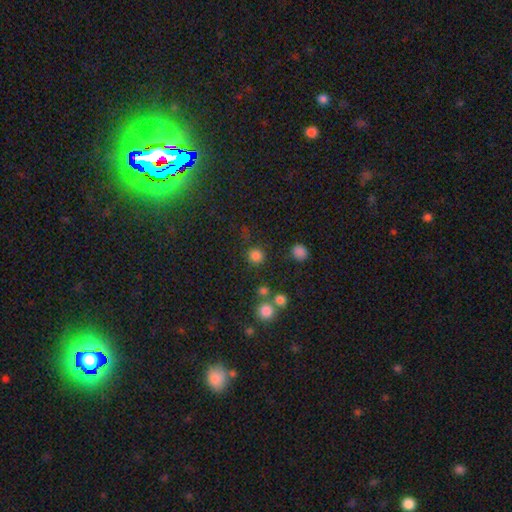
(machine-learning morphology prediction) The model was most divided on "smooth or featured": smooth: 79%, star or artifact: 16%, featured or disk: 5%. More confident: how rounded — round (93%); merging — none (83%).